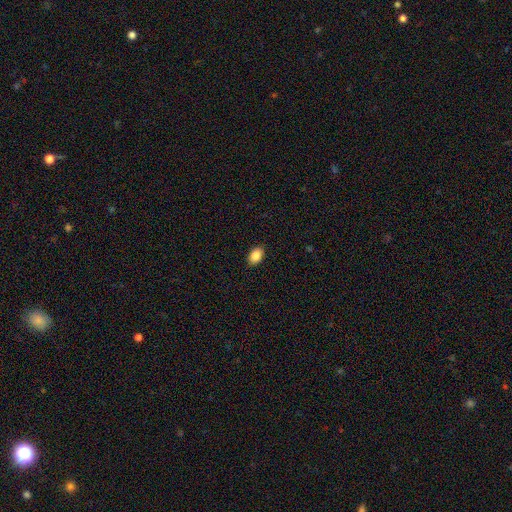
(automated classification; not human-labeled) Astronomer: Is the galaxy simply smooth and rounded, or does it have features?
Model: smooth — 88%.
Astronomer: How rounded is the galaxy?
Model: in between — 87%.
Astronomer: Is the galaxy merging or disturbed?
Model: none — 89%.